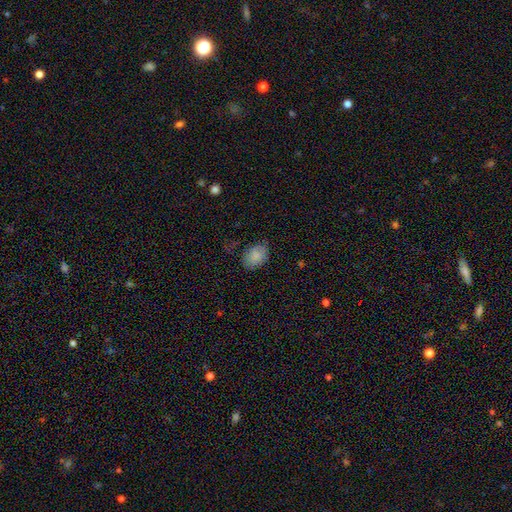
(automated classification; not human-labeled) This is clearly a smooth galaxy (84%). How rounded: clearly in between (80%). Merging: likely none (76%).